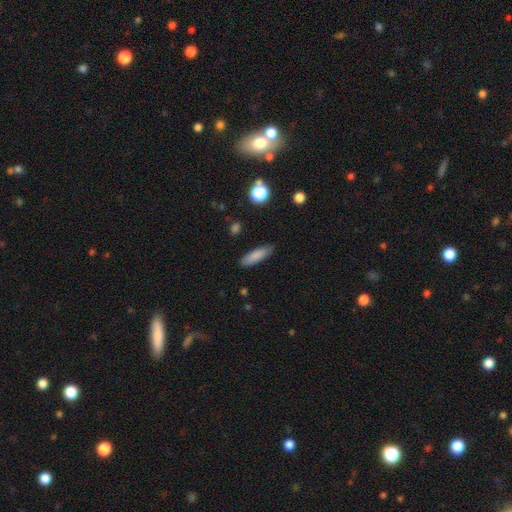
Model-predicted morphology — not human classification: A smooth galaxy with no disk features (84%) that is cigar-shaped (55%). Merging: none (85%).